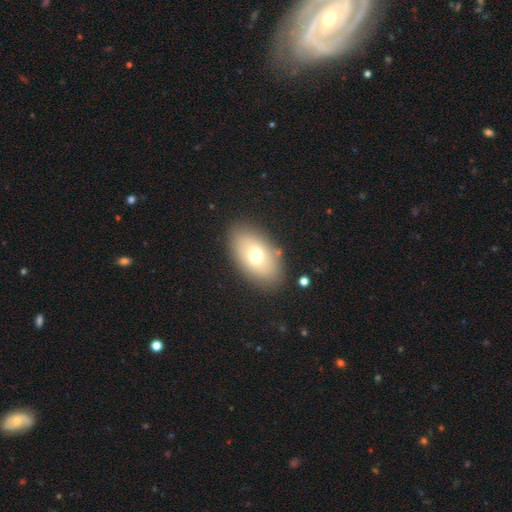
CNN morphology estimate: This is likely a smooth galaxy (69%). How rounded: clearly in between (91%). Merging: clearly none (85%).